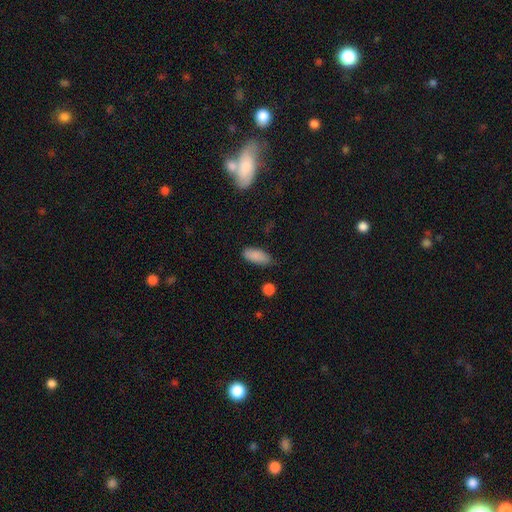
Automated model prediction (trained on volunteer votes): smooth 87%, star or artifact 7%, featured or disk 5%. Down the decision tree: how rounded — in between (84%); merging — none (75%).